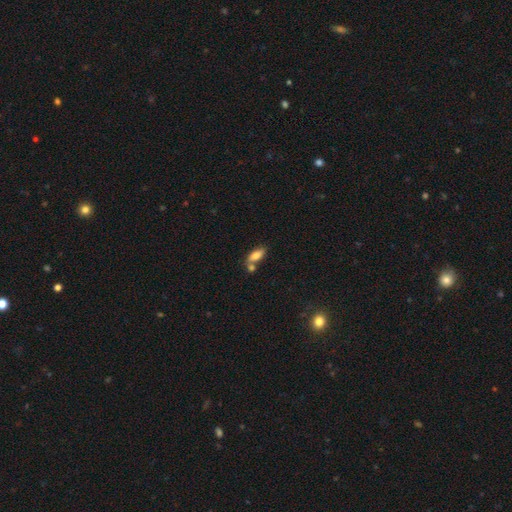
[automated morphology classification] A smooth galaxy with no disk features (76%) that is in between round and cigar-shaped (79%). Merging: none (53%).